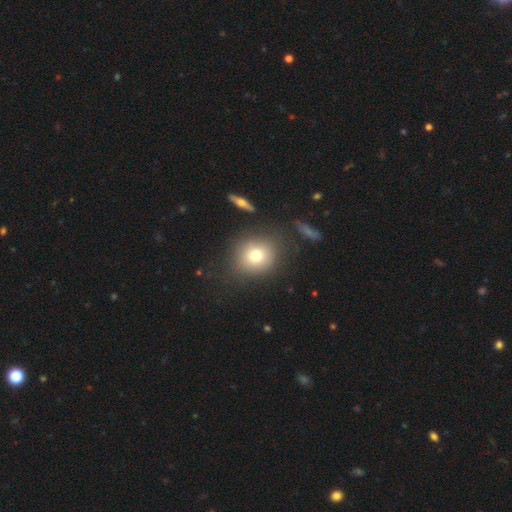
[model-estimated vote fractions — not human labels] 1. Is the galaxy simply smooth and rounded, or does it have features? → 73% smooth, 15% featured or disk, 12% star or artifact.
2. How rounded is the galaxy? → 81% round, 18% in between, 1% cigar-shaped.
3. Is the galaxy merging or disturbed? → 79% none, 12% minor disturbance, 5% major disturbance, 4% merger.